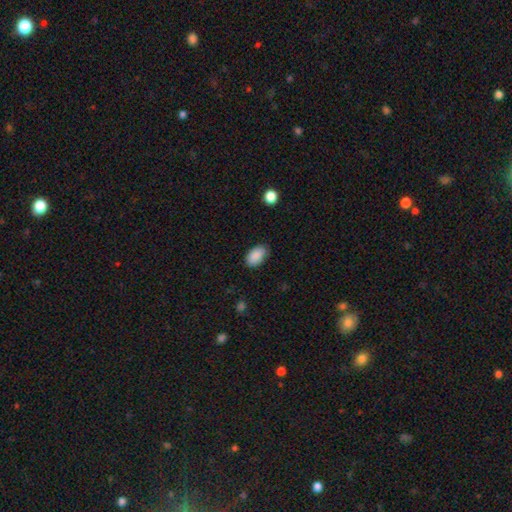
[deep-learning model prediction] Morphology: type=smooth (89%); roundness=in between (93%); merging=none (82%).